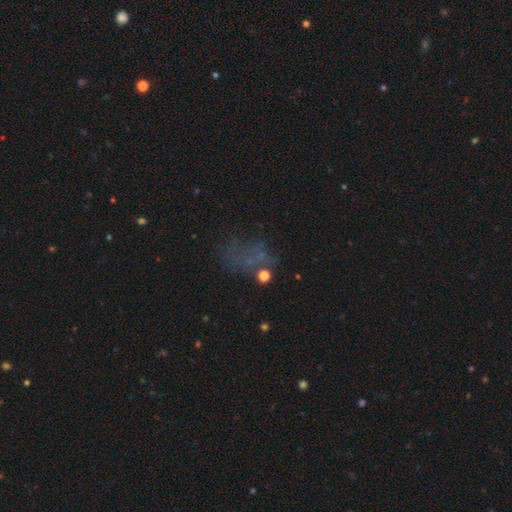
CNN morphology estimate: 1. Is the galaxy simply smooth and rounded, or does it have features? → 40% star or artifact, 35% smooth, 25% featured or disk.